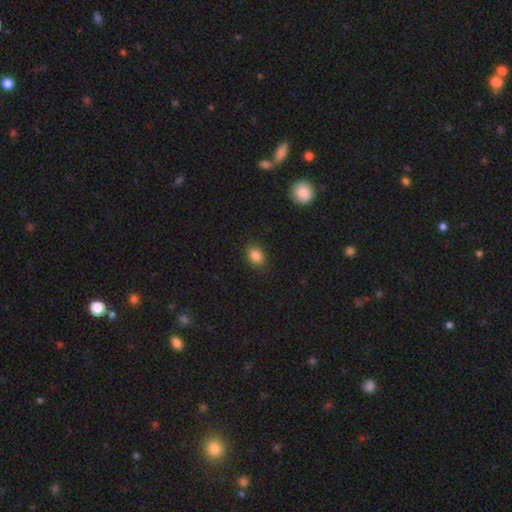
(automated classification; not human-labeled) Q: Smooth or featured?
A: smooth (86%); runner-up: star or artifact (10%)
Q: How rounded?
A: in between (65%); runner-up: round (34%)
Q: Merging?
A: none (85%); runner-up: minor disturbance (11%)